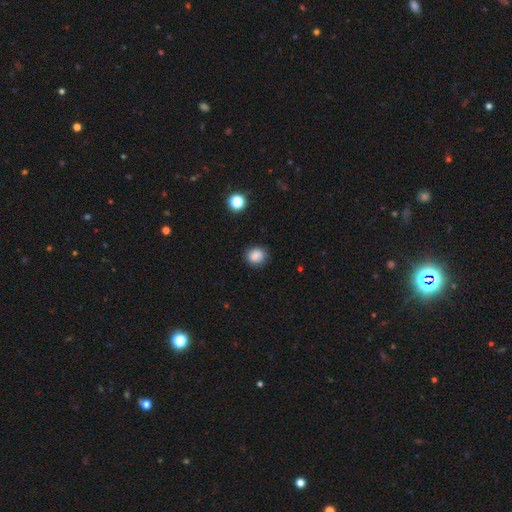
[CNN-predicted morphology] Smooth or featured? smooth (84%)
How rounded? round (72%)
Merging? none (80%)